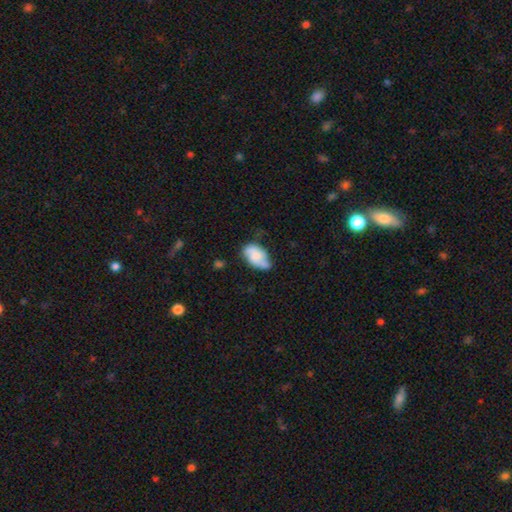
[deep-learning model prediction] smooth_or_featured: smooth (p=0.57) [alt: featured or disk p=0.35]
how_rounded: in between (p=0.90) [alt: round p=0.08]
merging: none (p=0.46) [alt: minor disturbance p=0.35]